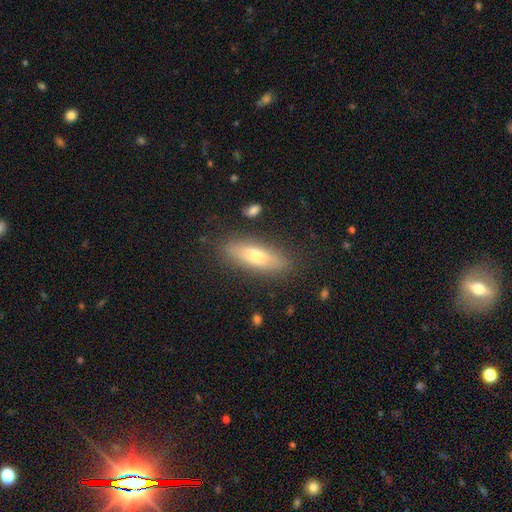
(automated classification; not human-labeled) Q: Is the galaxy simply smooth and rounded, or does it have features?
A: smooth — 57%.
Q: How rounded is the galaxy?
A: cigar-shaped — 59%.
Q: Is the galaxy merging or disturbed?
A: none — 85%.